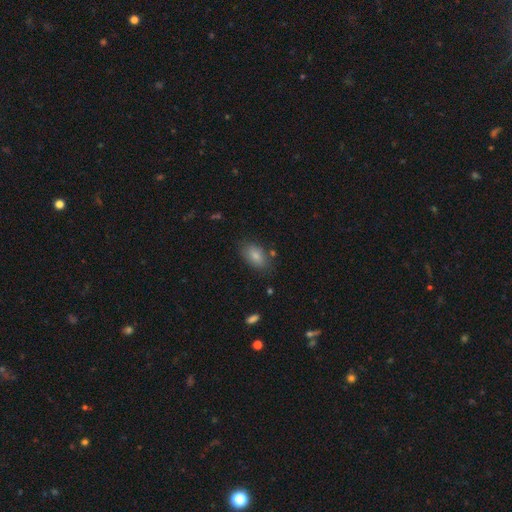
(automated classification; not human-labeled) Smooth or featured? Predicted: smooth (p=0.82). How rounded? Predicted: in between (p=0.91). Merging? Predicted: none (p=0.75).